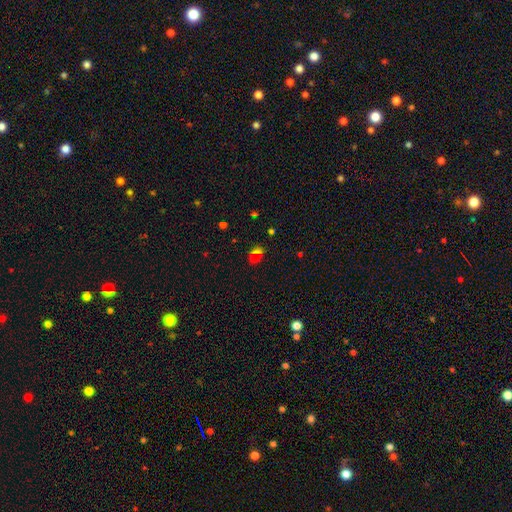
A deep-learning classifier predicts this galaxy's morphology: Smooth or featured? Predicted: smooth (p=0.54). How rounded? Predicted: in between (p=0.67). Merging? Predicted: none (p=0.76).